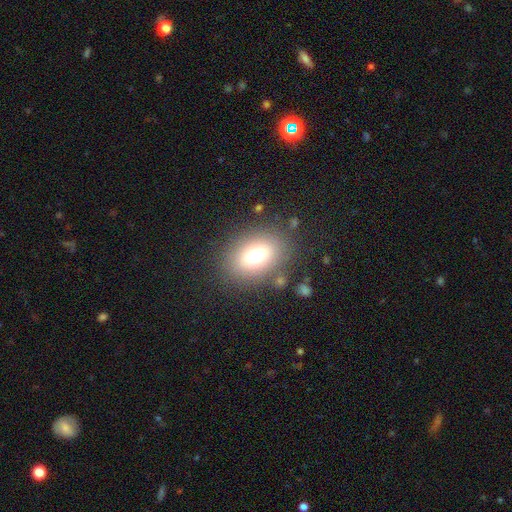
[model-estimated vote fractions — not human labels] A smooth galaxy with no disk features (72%) that is in between round and cigar-shaped (68%). Merging: none (79%).